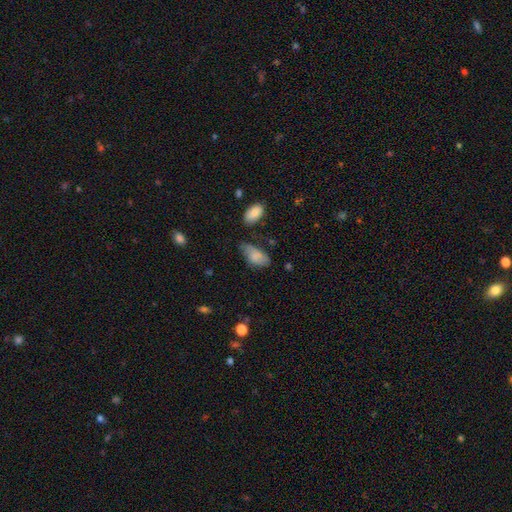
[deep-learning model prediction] Smooth or featured? smooth (79%)
How rounded? in between (92%)
Merging? none (46%)